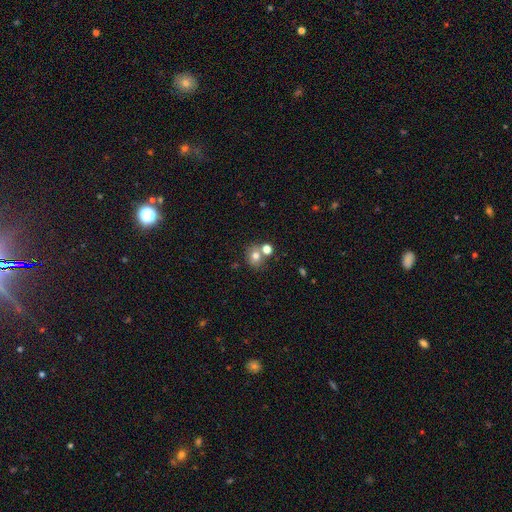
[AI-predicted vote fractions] A smooth galaxy with no disk features (73%) that is round (76%).

Vote fractions:
- Smooth or featured? smooth: 73% / star or artifact: 14% / featured or disk: 13%
- How rounded? round: 76% / in between: 24% / cigar-shaped: 1%
- Merging? none: 57% / merger: 29% / minor disturbance: 10% / major disturbance: 4%